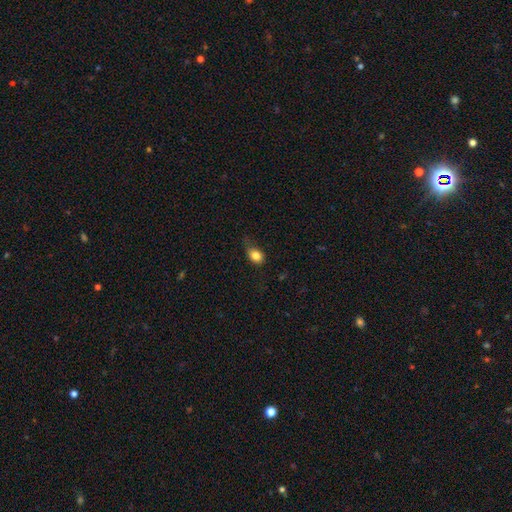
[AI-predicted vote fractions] The model was most divided on "merging": none: 48%, minor disturbance: 35%, major disturbance: 15%, merger: 2%. More confident: smooth or featured — smooth (83%); how rounded — in between (63%).